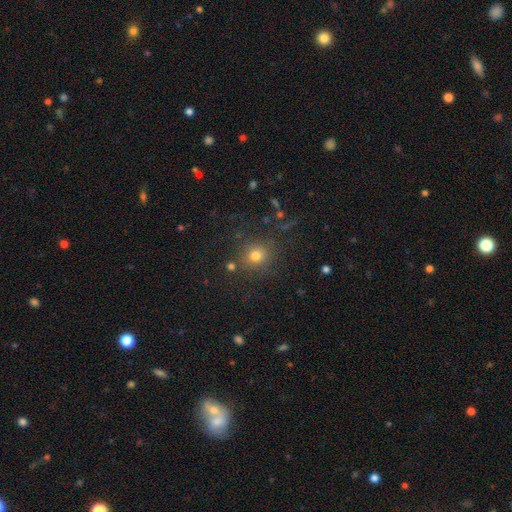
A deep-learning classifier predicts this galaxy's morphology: The model was most divided on "smooth or featured": smooth: 74%, star or artifact: 18%, featured or disk: 8%. More confident: how rounded — round (86%); merging — none (82%).